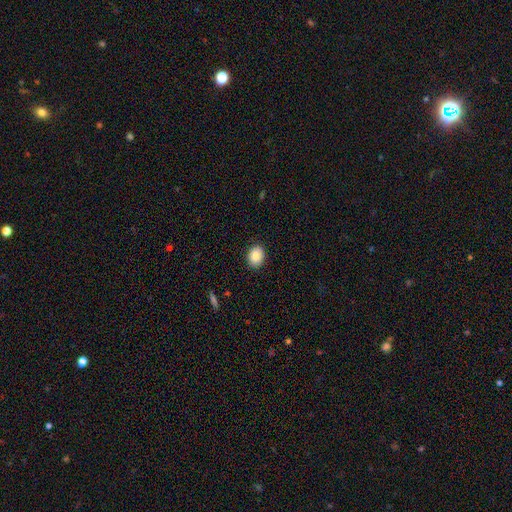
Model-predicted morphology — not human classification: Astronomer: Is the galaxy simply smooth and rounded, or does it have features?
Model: smooth — 86%.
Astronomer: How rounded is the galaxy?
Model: in between — 57% (runner-up: round, 42%).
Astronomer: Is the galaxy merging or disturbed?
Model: none — 89%.